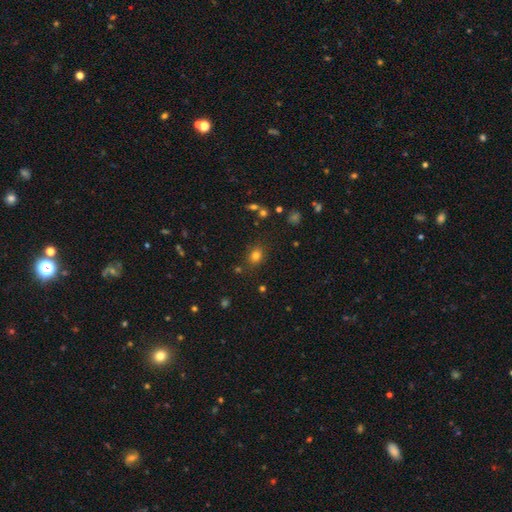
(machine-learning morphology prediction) smooth_or_featured: smooth (p=0.77) [alt: star or artifact p=0.16]
how_rounded: round (p=0.54) [alt: in between p=0.45]
merging: none (p=0.81) [alt: minor disturbance p=0.11]